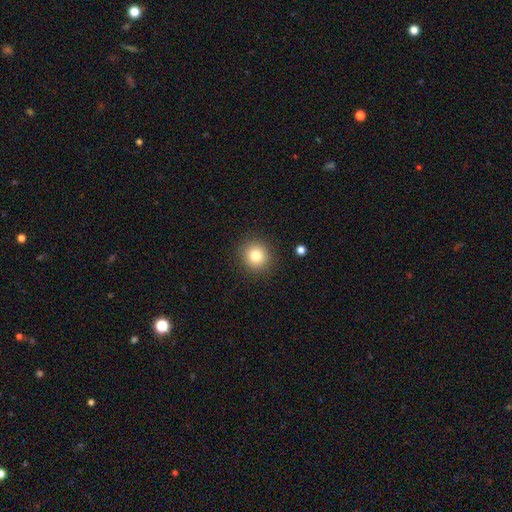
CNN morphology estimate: Overall: smooth (81%). How rounded: round (90%). Merging: none (89%).